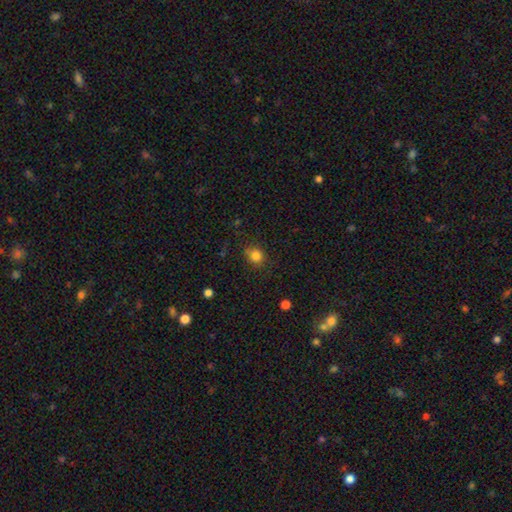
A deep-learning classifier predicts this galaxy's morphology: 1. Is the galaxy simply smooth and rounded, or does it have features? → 82% smooth, 12% star or artifact, 5% featured or disk.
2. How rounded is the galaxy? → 80% round, 19% in between, 1% cigar-shaped.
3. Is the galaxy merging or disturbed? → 80% none, 14% minor disturbance, 4% major disturbance, 2% merger.